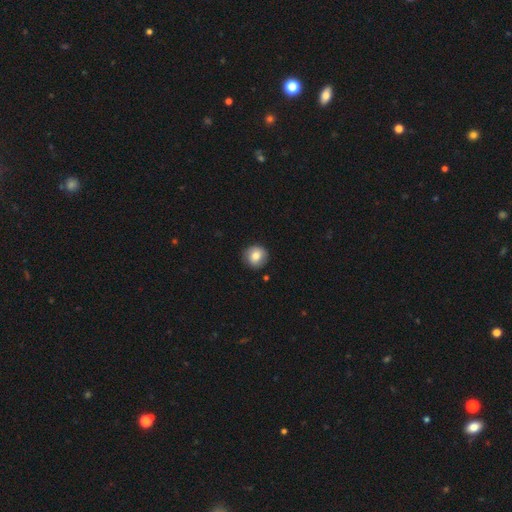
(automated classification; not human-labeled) smooth 77%, featured or disk 15%, star or artifact 8%. Down the decision tree: how rounded — round (92%); merging — none (86%).